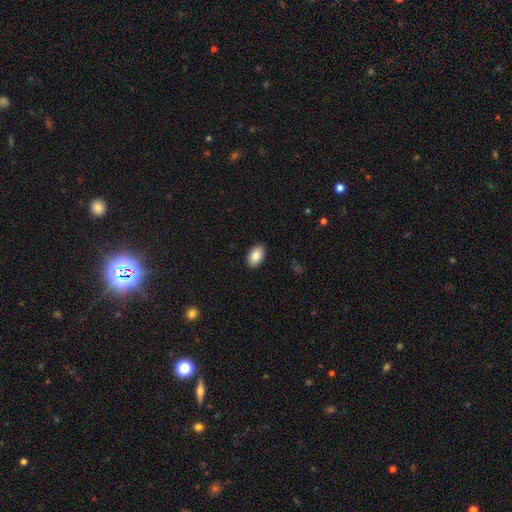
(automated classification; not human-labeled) smooth-or-featured: smooth: 87% | star or artifact: 7% | featured or disk: 6%
  how-rounded: in between: 93% | round: 6% | cigar-shaped: 1%
  merging: none: 90% | minor disturbance: 8% | major disturbance: 2% | merger: 1%